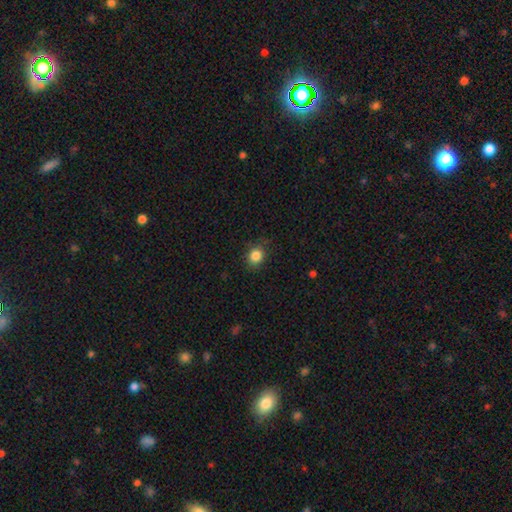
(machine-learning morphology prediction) smooth-or-featured: smooth: 85% | star or artifact: 10% | featured or disk: 4%
  how-rounded: round: 71% | in between: 28% | cigar-shaped: 1%
  merging: none: 82% | minor disturbance: 14% | major disturbance: 4% | merger: 1%